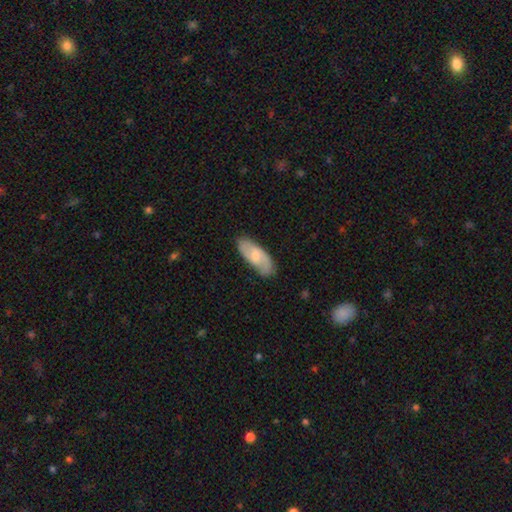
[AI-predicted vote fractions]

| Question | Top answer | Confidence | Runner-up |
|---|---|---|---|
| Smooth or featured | smooth | 56% | featured or disk (38%) |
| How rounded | in between | 79% | cigar-shaped (19%) |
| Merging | none | 79% | minor disturbance (16%) |